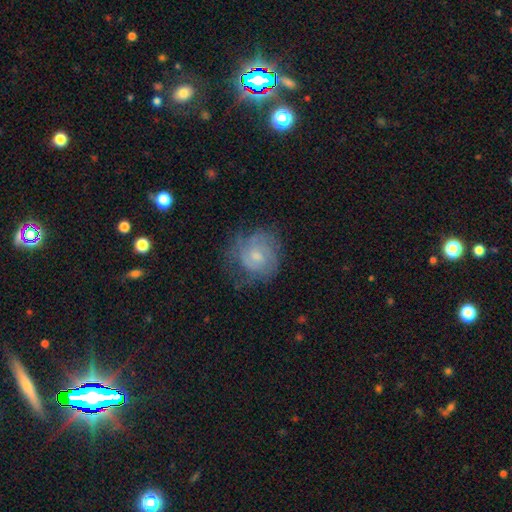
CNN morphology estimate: A featured or disk galaxy (65%) with no bar (60%), tight (58%) spiral arms (85%) and a small central bulge (51%). Merging: none (62%).